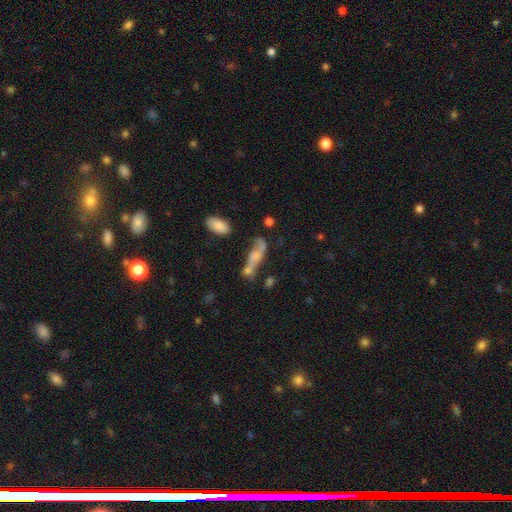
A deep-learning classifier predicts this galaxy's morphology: smooth-or-featured: smooth: 47% | featured or disk: 42% | star or artifact: 11%
  merging: none: 32% | merger: 31% | minor disturbance: 19% | major disturbance: 19%